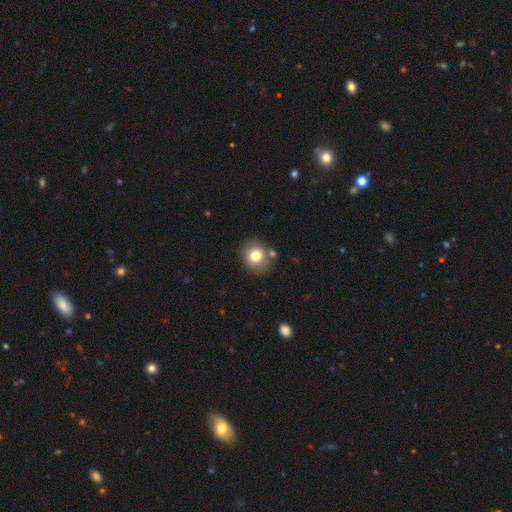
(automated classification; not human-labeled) smooth 76%, featured or disk 13%, star or artifact 10%. Down the decision tree: how rounded — round (74%); merging — none (76%).